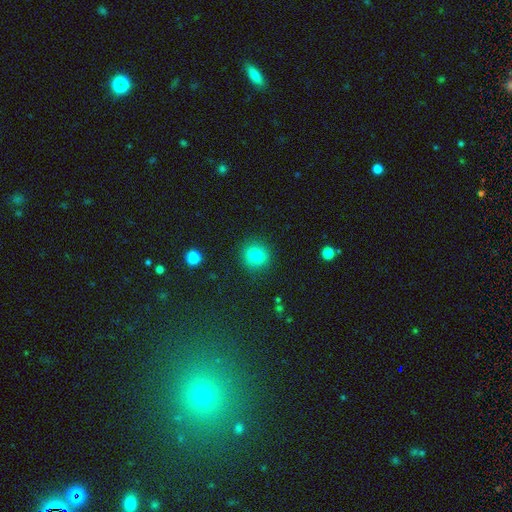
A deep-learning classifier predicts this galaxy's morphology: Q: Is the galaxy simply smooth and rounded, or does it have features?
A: smooth — 82%.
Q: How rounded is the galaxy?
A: round — 88%.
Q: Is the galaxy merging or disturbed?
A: none — 90%.